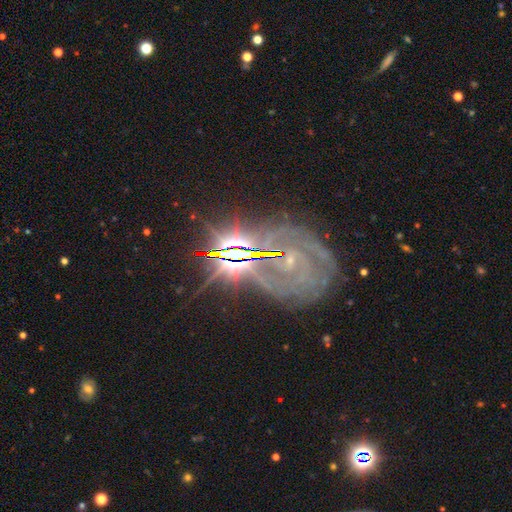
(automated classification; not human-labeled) smooth_or_featured: featured or disk (p=0.58) [alt: star or artifact p=0.30]
disk_edge_on: no (p=0.94) [alt: yes p=0.06]
bar: no (p=0.58) [alt: weak p=0.27]
has_spiral_arms: yes (p=0.76) [alt: no p=0.24]
bulge_size: small (p=0.75) [alt: moderate p=0.15]
merging: none (p=0.56) [alt: minor disturbance p=0.18]